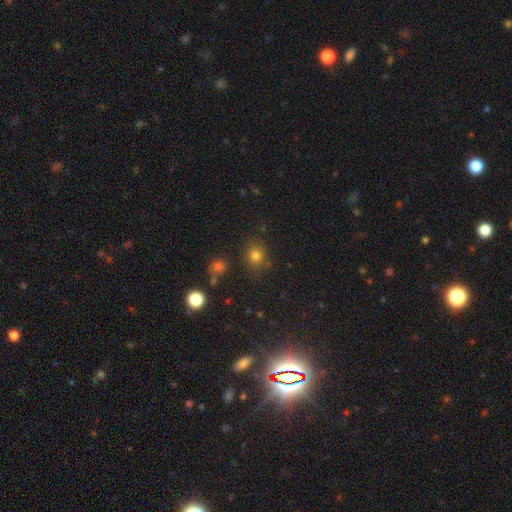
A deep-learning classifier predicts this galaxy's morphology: Smooth or featured? Predicted: smooth (p=0.78). How rounded? Predicted: round (p=0.81). Merging? Predicted: none (p=0.82).